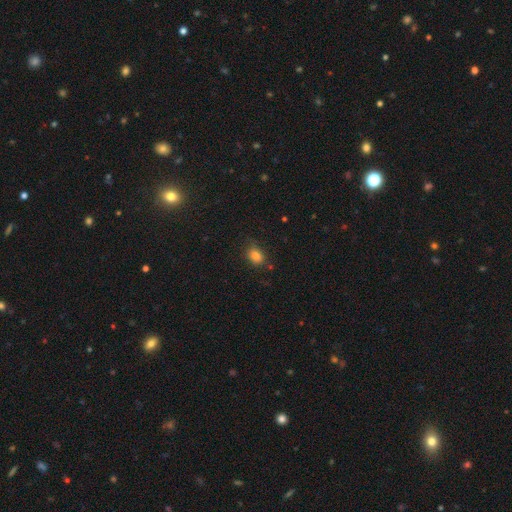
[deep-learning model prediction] smooth 82%, star or artifact 12%, featured or disk 6%. Down the decision tree: how rounded — in between (65%); merging — none (76%).